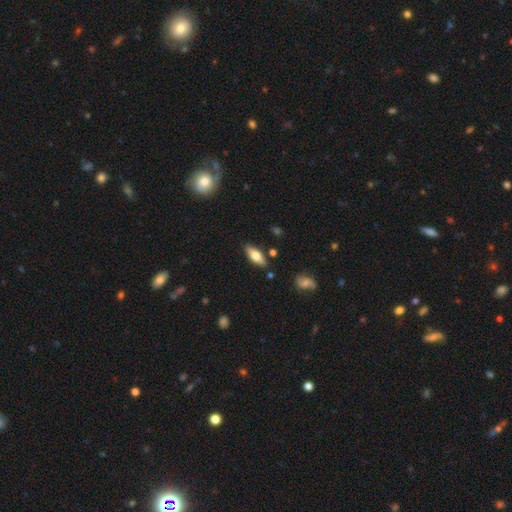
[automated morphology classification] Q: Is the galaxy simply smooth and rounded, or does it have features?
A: smooth — 68%.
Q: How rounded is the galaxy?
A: in between — 72%.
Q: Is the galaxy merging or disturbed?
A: none — 83%.